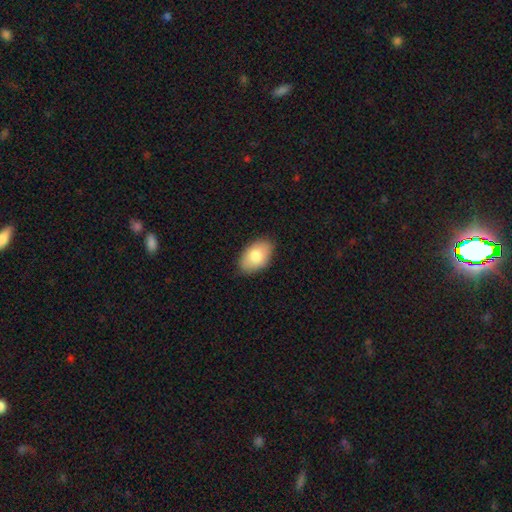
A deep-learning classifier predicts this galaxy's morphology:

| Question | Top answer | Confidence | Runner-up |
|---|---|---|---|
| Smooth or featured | smooth | 81% | featured or disk (13%) |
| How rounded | in between | 93% | round (6%) |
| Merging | none | 85% | minor disturbance (11%) |